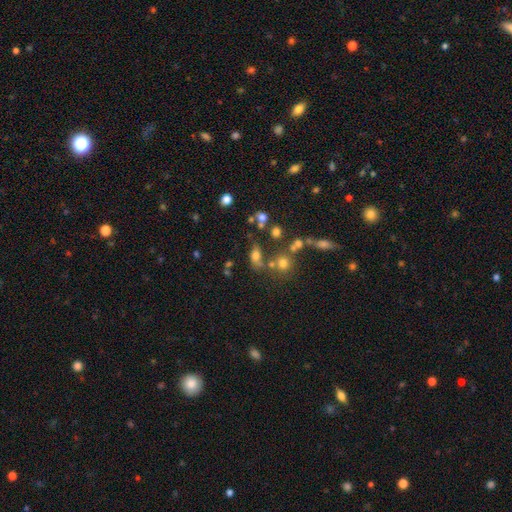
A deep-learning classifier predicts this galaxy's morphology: smooth_or_featured: smooth (p=0.65) [alt: featured or disk p=0.18]
how_rounded: in between (p=0.69) [alt: round p=0.21]
merging: none (p=0.50) [alt: merger p=0.20]